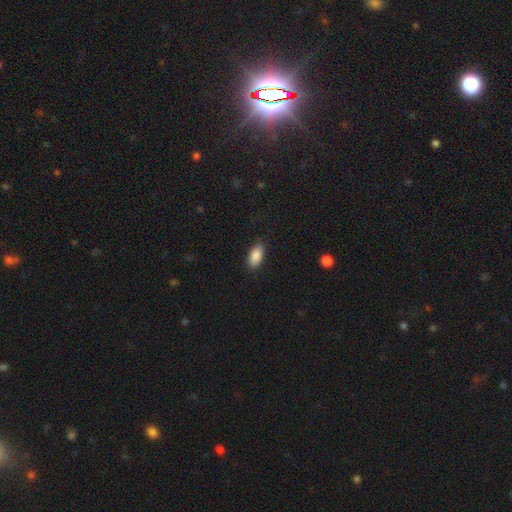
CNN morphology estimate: Smooth or featured: smooth — 88% (star or artifact — 7%)
How rounded: in between — 91% (cigar-shaped — 6%)
Merging: none — 86% (minor disturbance — 10%)